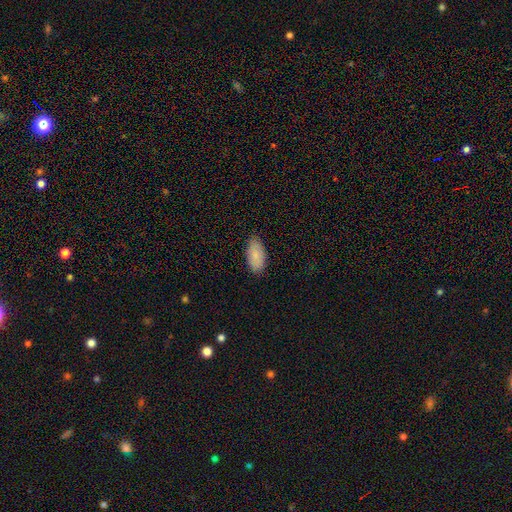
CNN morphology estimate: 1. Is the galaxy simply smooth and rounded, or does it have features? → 87% smooth, 7% featured or disk, 6% star or artifact.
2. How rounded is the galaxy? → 94% in between, 4% cigar-shaped, 2% round.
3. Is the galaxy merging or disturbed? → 85% none, 12% minor disturbance, 2% major disturbance, 1% merger.